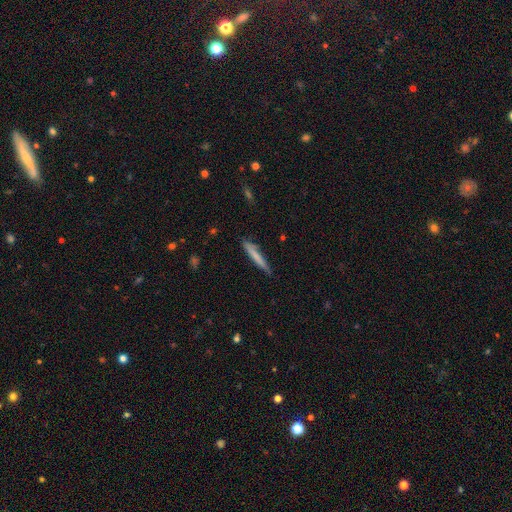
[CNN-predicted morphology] smooth_or_featured: smooth (p=0.72) [alt: featured or disk p=0.22]
how_rounded: cigar-shaped (p=0.95) [alt: in between p=0.03]
merging: none (p=0.82) [alt: minor disturbance p=0.14]